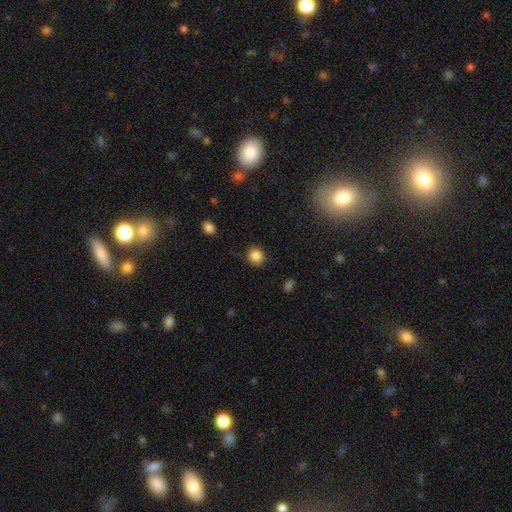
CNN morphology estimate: This appears to be a smooth galaxy with no disk features (86%) that is round (89%). Merging: none (88%).